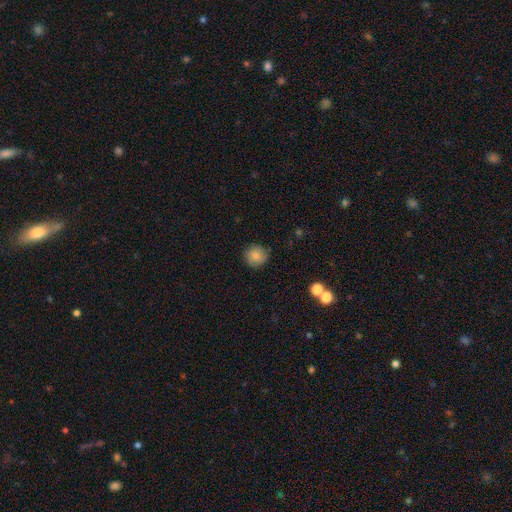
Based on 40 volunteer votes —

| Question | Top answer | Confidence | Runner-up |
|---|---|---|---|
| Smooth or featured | smooth | 72% | featured or disk (18%) |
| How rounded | round | 93% | in between (7%) |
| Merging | none | 89% | minor disturbance (8%) |